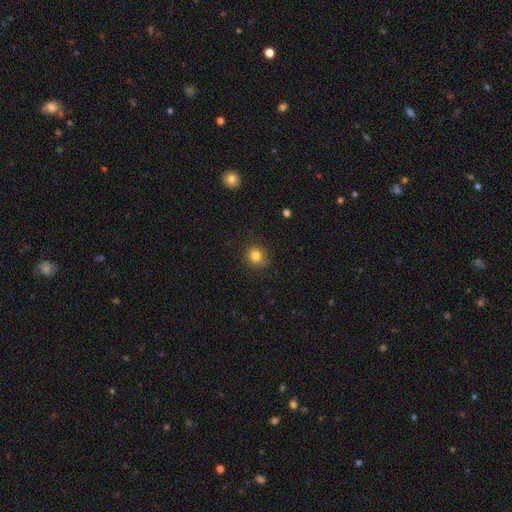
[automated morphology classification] smooth_or_featured: smooth (p=0.83) [alt: star or artifact p=0.12]
how_rounded: round (p=0.86) [alt: in between p=0.13]
merging: none (p=0.82) [alt: minor disturbance p=0.14]